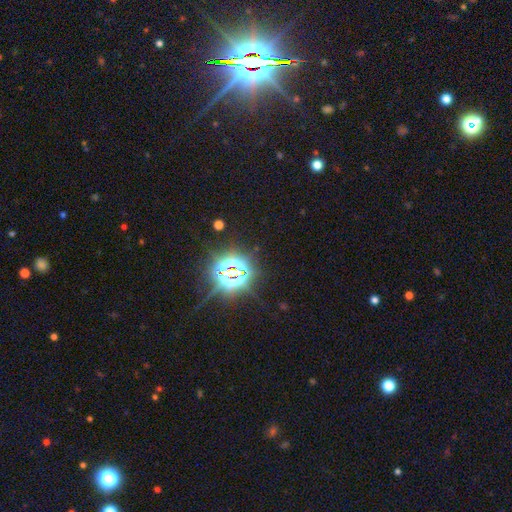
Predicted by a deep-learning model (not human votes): Smooth or featured? Predicted: star or artifact (p=0.86).